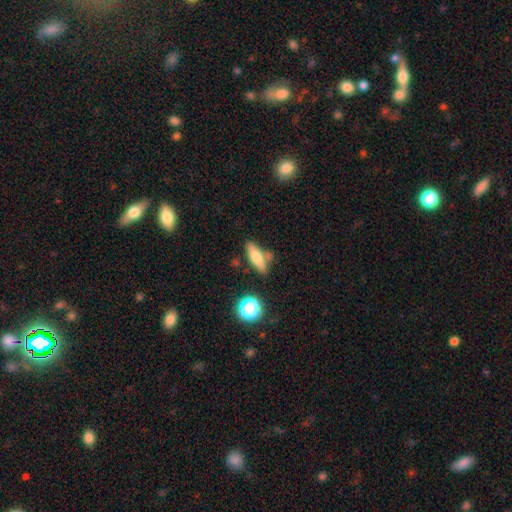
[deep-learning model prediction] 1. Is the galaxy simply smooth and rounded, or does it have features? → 66% smooth, 25% featured or disk, 10% star or artifact.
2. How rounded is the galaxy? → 53% in between, 42% cigar-shaped, 5% round.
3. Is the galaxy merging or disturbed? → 67% none, 18% minor disturbance, 10% merger, 5% major disturbance.